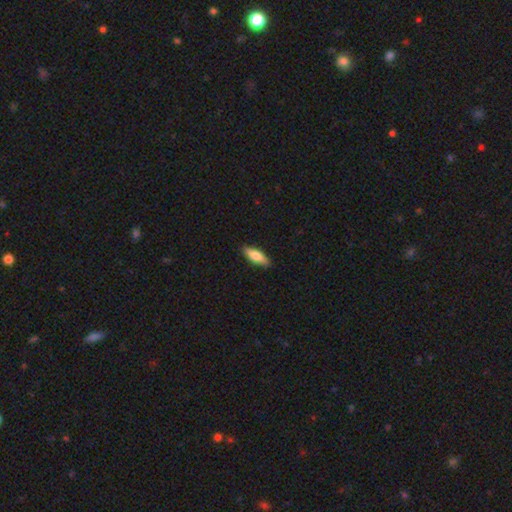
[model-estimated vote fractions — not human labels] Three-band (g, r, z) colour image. It shows a smooth galaxy with no disk features (74%) that is in between round and cigar-shaped (59%). Merging: none (88%).